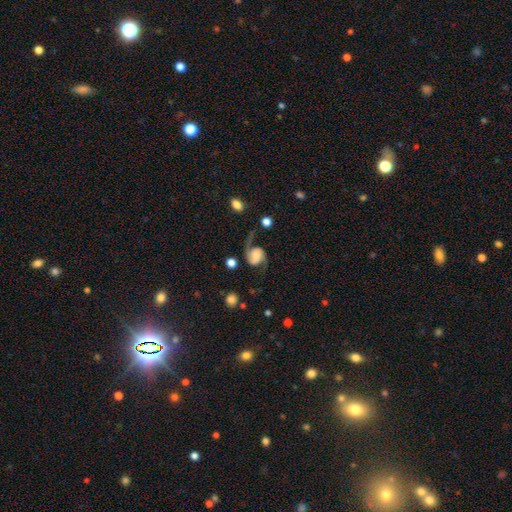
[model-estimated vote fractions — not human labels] smooth-or-featured: featured or disk: 80% | smooth: 13% | star or artifact: 7%
  disk-edge-on: no: 98% | yes: 2%
    bar: no: 61% | weak: 30% | strong: 9%
    has-spiral-arms: yes: 96% | no: 4%
      spiral-winding: loose: 47% | medium: 40% | tight: 13%
      spiral-arm-count: 2: 87% | 1: 8% | can't tell: 2% | 3: 1% | 4: 1% | more than 4: 1%
    bulge-size: small: 27% | moderate: 25% | none: 22% | large: 18% | dominant: 8%
  merging: none: 61% | minor disturbance: 19% | major disturbance: 17% | merger: 3%